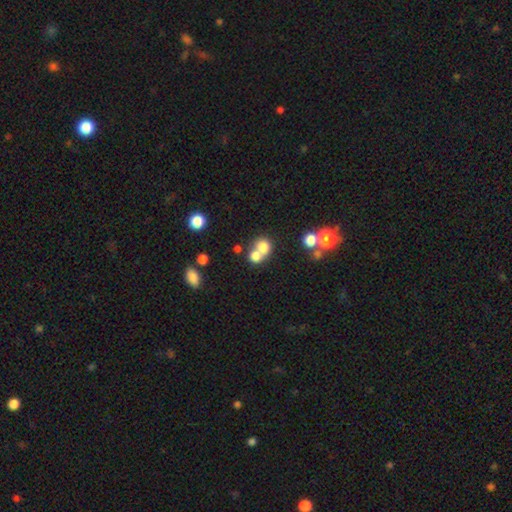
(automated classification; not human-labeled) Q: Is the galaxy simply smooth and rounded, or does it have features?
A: smooth — 73%.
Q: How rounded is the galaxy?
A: round — 76%.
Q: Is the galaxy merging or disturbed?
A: merger — 58%.